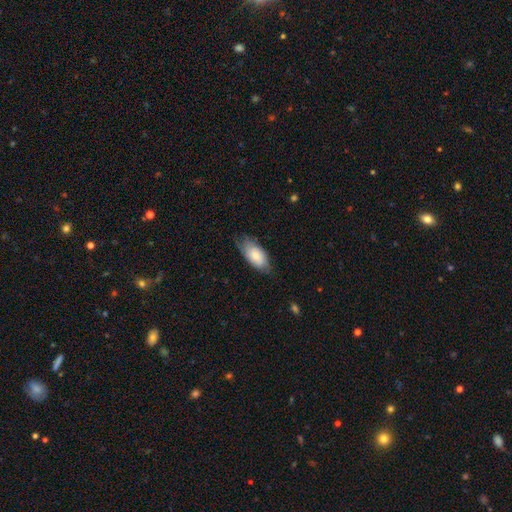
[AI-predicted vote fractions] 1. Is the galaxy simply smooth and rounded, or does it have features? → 75% smooth, 19% featured or disk, 6% star or artifact.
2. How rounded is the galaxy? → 91% in between, 6% cigar-shaped, 3% round.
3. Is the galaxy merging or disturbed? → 64% none, 28% minor disturbance, 7% major disturbance, 1% merger.